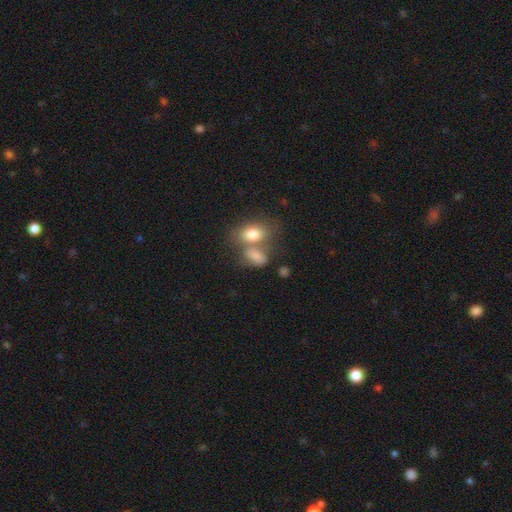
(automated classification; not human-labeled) smooth 78%, featured or disk 13%, star or artifact 9%. Down the decision tree: how rounded — in between (85%); merging — merger (51%).